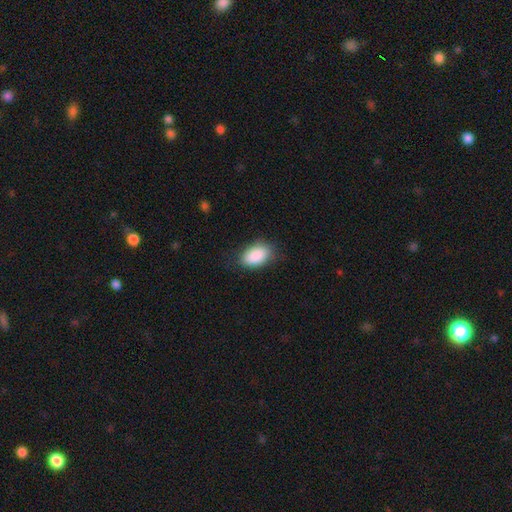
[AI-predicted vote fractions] smooth-or-featured: smooth: 89% | star or artifact: 7% | featured or disk: 4%
  how-rounded: in between: 92% | round: 6% | cigar-shaped: 2%
  merging: none: 79% | minor disturbance: 16% | major disturbance: 4% | merger: 1%